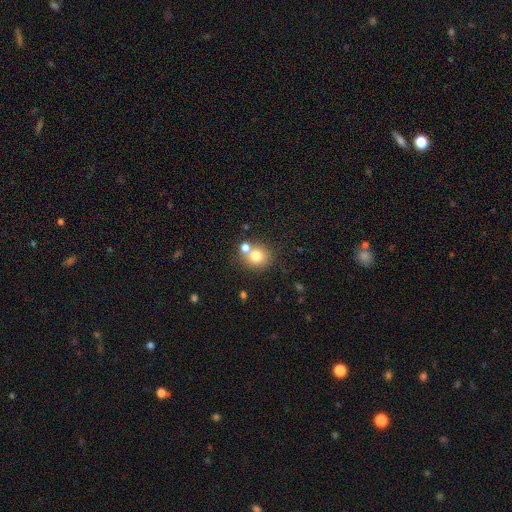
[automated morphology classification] Smooth or featured? smooth (75%)
How rounded? round (85%)
Merging? none (58%)